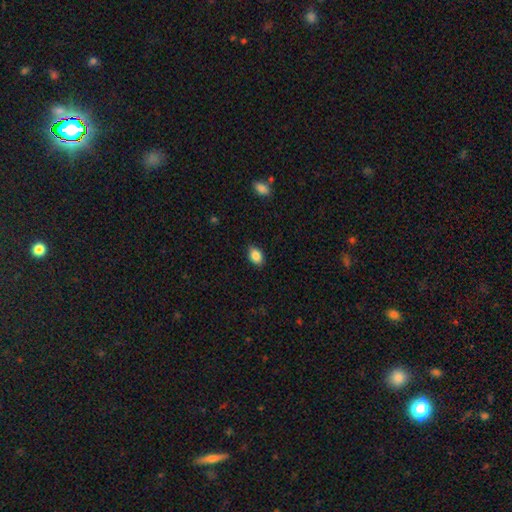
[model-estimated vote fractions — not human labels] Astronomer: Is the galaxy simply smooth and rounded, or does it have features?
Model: smooth — 87%.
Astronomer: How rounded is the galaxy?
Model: in between — 83%.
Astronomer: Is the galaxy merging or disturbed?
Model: none — 87%.